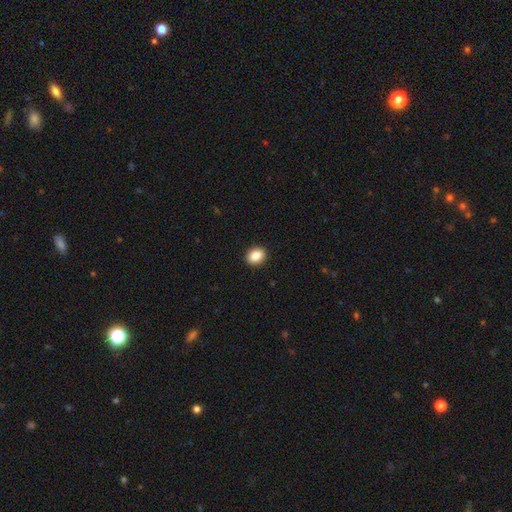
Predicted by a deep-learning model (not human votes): A smooth galaxy with no disk features (87%) that is in between round and cigar-shaped (54%).

Vote fractions:
- Smooth or featured? smooth: 87% / star or artifact: 9% / featured or disk: 5%
- How rounded? in between: 54% / round: 45% / cigar-shaped: 1%
- Merging? none: 92% / minor disturbance: 6% / major disturbance: 2% / merger: 1%